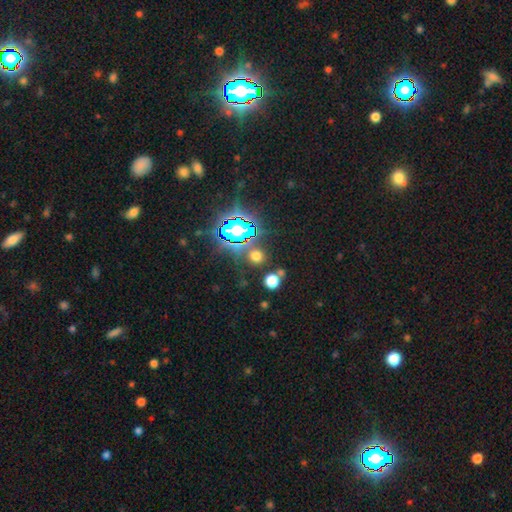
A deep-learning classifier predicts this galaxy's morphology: A smooth galaxy with no disk features (54%) that is round (86%).

Vote fractions:
- Smooth or featured? smooth: 54% / star or artifact: 38% / featured or disk: 7%
- How rounded? round: 86% / in between: 13% / cigar-shaped: 2%
- Merging? none: 79% / merger: 10% / minor disturbance: 8% / major disturbance: 4%